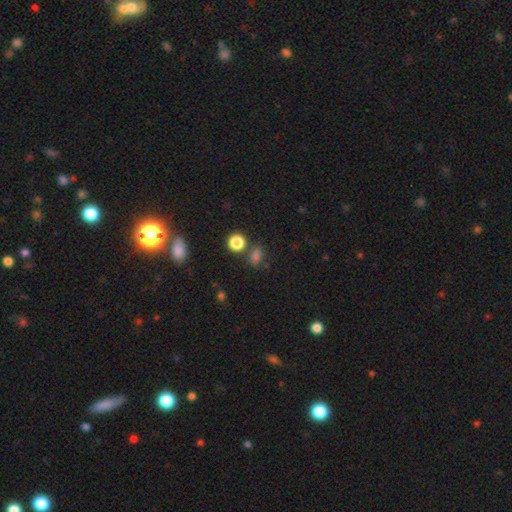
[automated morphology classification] Q: Smooth or featured?
A: smooth (70%); runner-up: star or artifact (23%)
Q: How rounded?
A: in between (53%); runner-up: round (44%)
Q: Merging?
A: none (69%); runner-up: minor disturbance (14%)